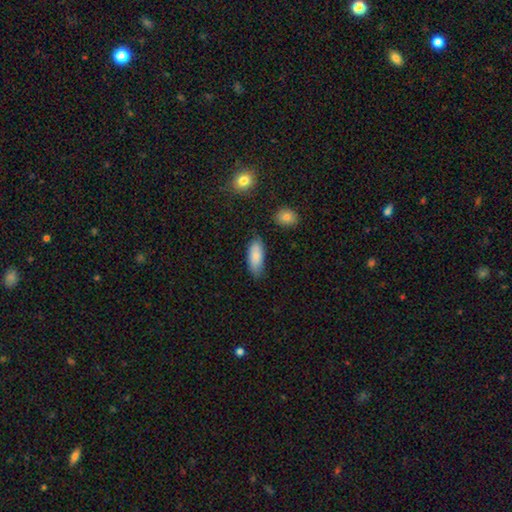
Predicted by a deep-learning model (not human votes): Smooth or featured? Predicted: smooth (p=0.85). How rounded? Predicted: in between (p=0.83). Merging? Predicted: none (p=0.75).